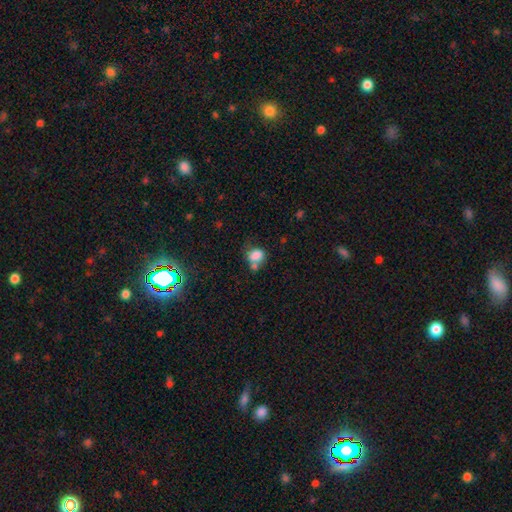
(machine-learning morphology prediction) Q: Smooth or featured?
A: smooth (79%); runner-up: star or artifact (11%)
Q: How rounded?
A: in between (58%); runner-up: round (41%)
Q: Merging?
A: merger (39%); runner-up: none (35%)